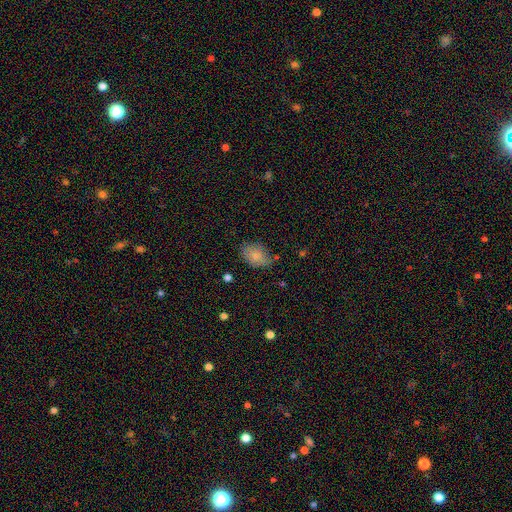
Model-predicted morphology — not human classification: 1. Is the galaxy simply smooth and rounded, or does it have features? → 81% smooth, 11% featured or disk, 8% star or artifact.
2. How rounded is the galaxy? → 83% in between, 16% round, 1% cigar-shaped.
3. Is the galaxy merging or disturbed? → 66% none, 26% minor disturbance, 5% major disturbance, 3% merger.